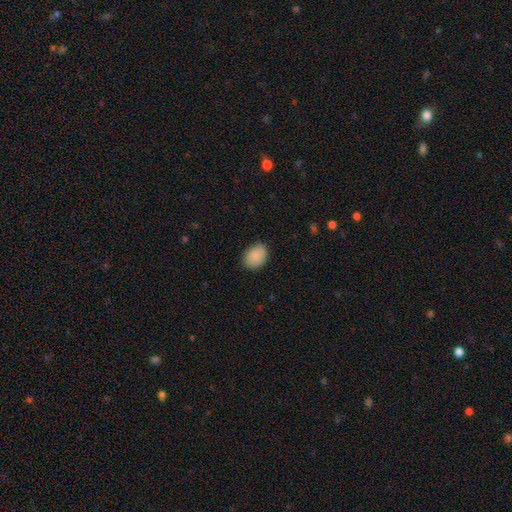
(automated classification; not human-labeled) The model was most divided on "how rounded": in between: 68%, round: 31%, cigar-shaped: 1%. More confident: smooth or featured — smooth (88%); merging — none (83%).